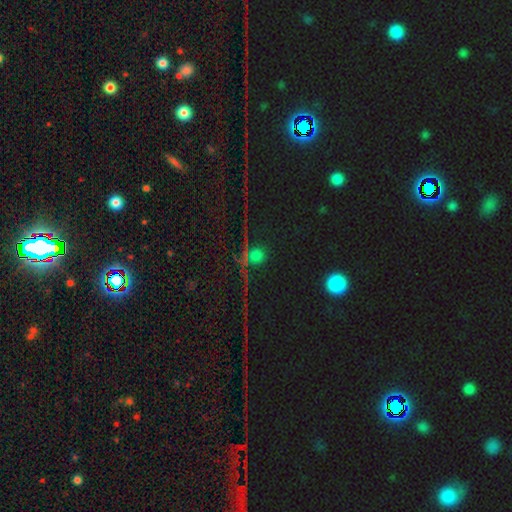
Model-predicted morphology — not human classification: Overall: star or artifact (62%; smooth 28%).